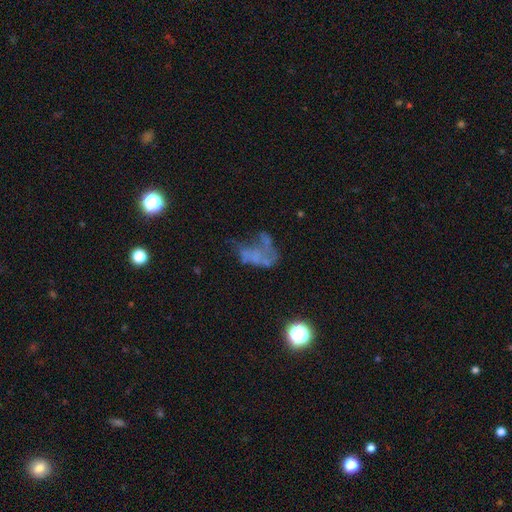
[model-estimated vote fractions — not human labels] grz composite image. It shows a featured or disk galaxy (49%). Merging: major disturbance (39%).